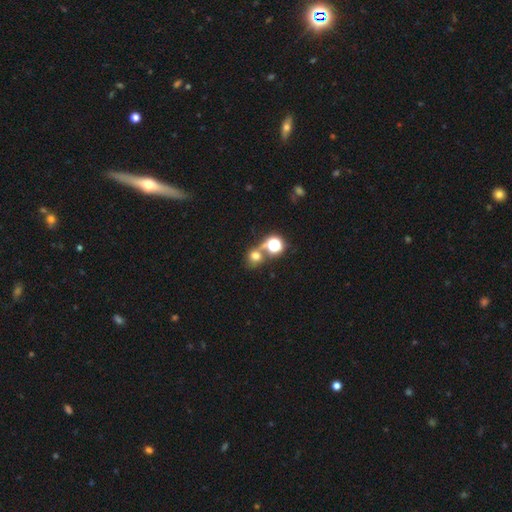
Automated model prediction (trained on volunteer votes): A smooth galaxy with no disk features (66%) that is round (79%).

Vote fractions:
- Smooth or featured? smooth: 66% / star or artifact: 22% / featured or disk: 11%
- How rounded? round: 79% / in between: 19% / cigar-shaped: 1%
- Merging? none: 49% / merger: 35% / minor disturbance: 9% / major disturbance: 6%